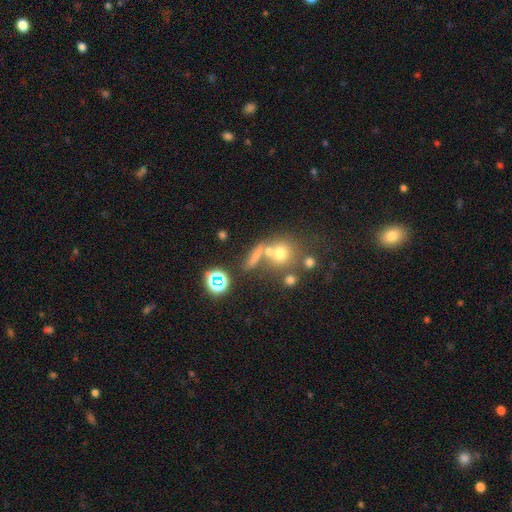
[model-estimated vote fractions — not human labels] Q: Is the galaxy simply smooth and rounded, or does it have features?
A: smooth — 60%.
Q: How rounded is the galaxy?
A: round — 45%.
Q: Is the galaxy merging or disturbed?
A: none — 55%.